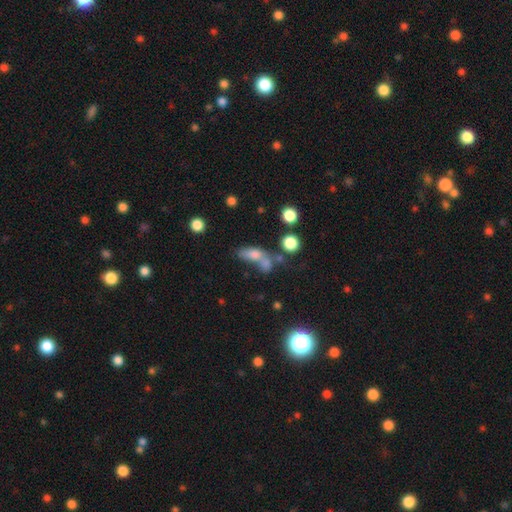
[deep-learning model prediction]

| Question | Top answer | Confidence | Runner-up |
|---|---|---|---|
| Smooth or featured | smooth | 69% | featured or disk (18%) |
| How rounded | in between | 68% | cigar-shaped (19%) |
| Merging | merger | 44% | none (29%) |